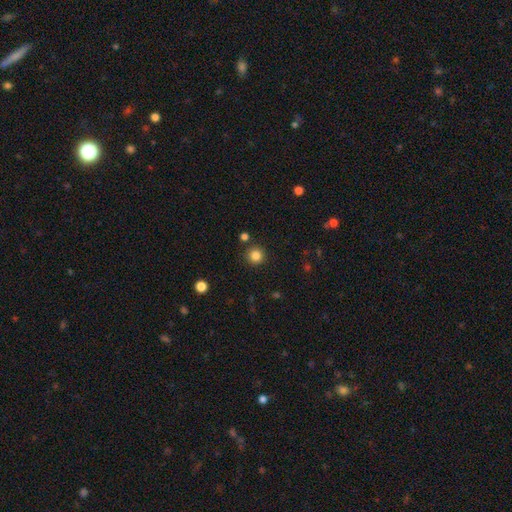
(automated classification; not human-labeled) This is clearly a smooth galaxy (84%). How rounded: clearly round (94%). Merging: clearly none (88%).